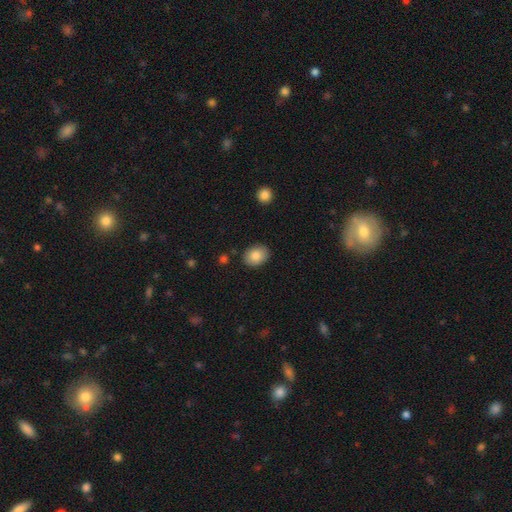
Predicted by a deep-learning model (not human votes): Morphology: type=smooth (85%); roundness=in between (61%); merging=none (86%).